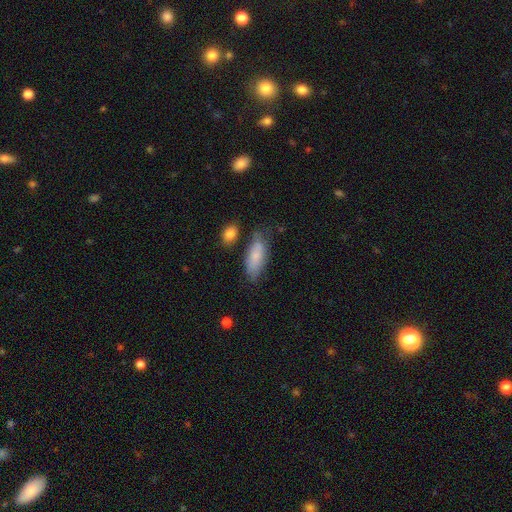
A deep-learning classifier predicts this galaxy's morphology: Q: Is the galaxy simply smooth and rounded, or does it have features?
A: smooth — 75%.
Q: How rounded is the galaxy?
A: in between — 76%.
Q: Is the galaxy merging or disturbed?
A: none — 58%.